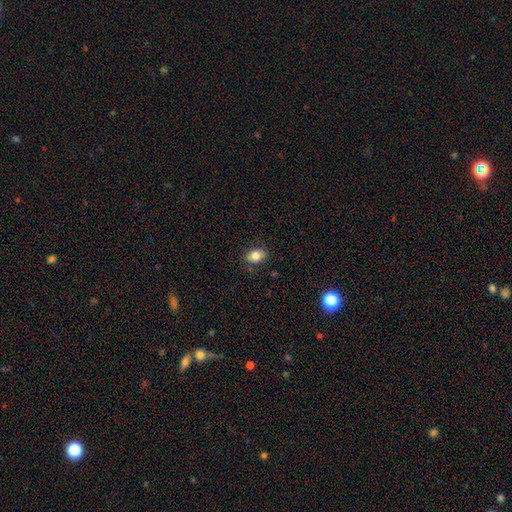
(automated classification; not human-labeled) The model was most divided on "how rounded": in between: 74%, round: 25%, cigar-shaped: 1%. More confident: merging — none (82%); smooth or featured — smooth (80%).